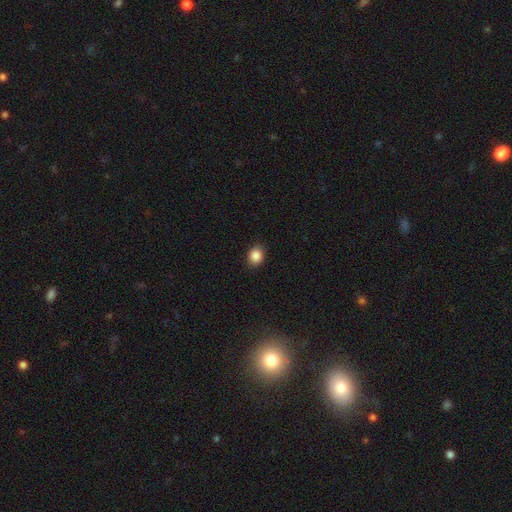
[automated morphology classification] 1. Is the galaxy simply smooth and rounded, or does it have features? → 87% smooth, 9% star or artifact, 4% featured or disk.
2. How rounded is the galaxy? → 55% round, 44% in between, 1% cigar-shaped.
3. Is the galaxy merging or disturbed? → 86% none, 10% minor disturbance, 2% major disturbance, 1% merger.